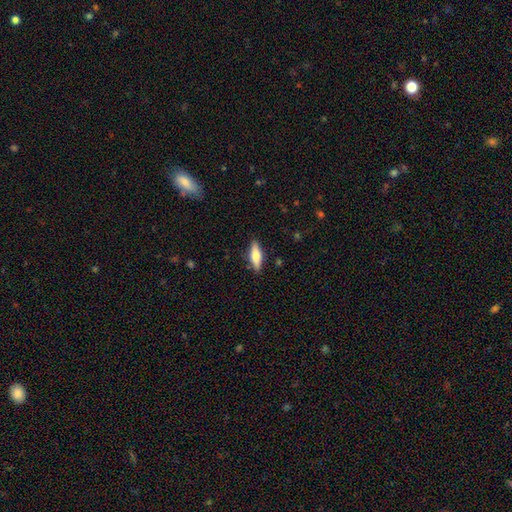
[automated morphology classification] Smooth or featured: smooth — 61% (featured or disk — 32%)
How rounded: in between — 51% (cigar-shaped — 47%)
Merging: none — 86% (minor disturbance — 11%)